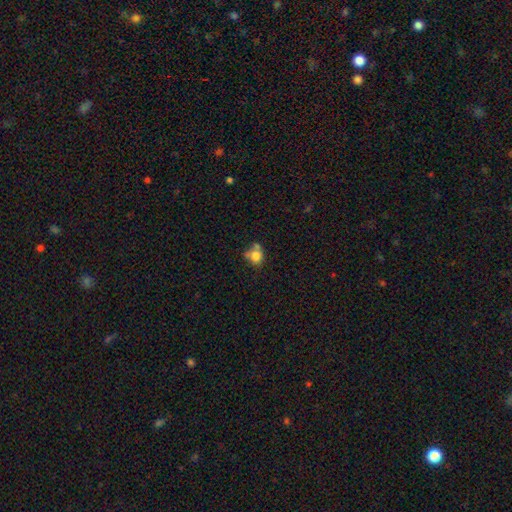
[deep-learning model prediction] smooth_or_featured: smooth (p=0.77) [alt: featured or disk p=0.12]
how_rounded: round (p=0.73) [alt: in between p=0.26]
merging: none (p=0.46) [alt: merger p=0.26]